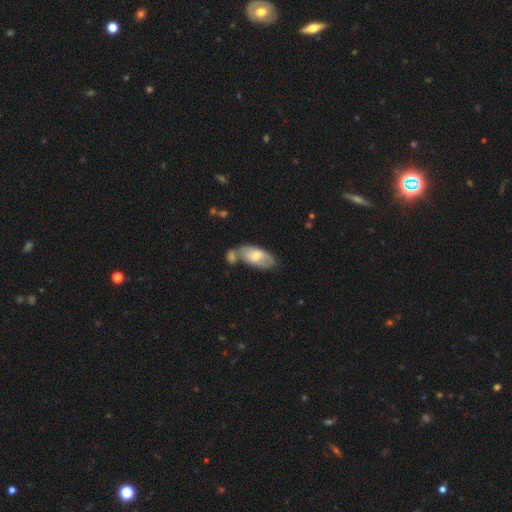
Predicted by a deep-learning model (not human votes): This is likely a smooth galaxy (61%). How rounded: clearly in between (91%). Merging: marginally none (43%).